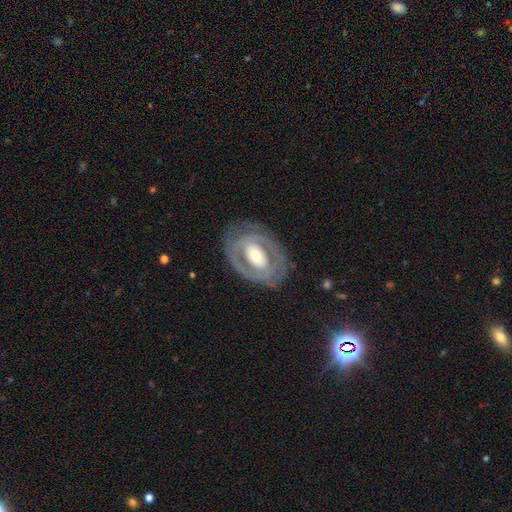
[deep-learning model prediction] The model was most divided on "spiral arms": yes: 59%, no: 41%. Remaining: edge-on disk — no (94%); smooth or featured — featured or disk (77%); merging — none (75%); bulge size — moderate (60%); bar — no (48%).